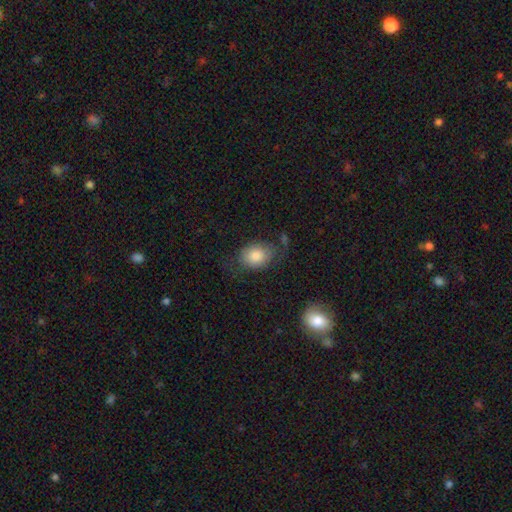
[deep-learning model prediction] smooth 78%, featured or disk 14%, star or artifact 8%. Down the decision tree: how rounded — in between (65%); merging — none (56%).